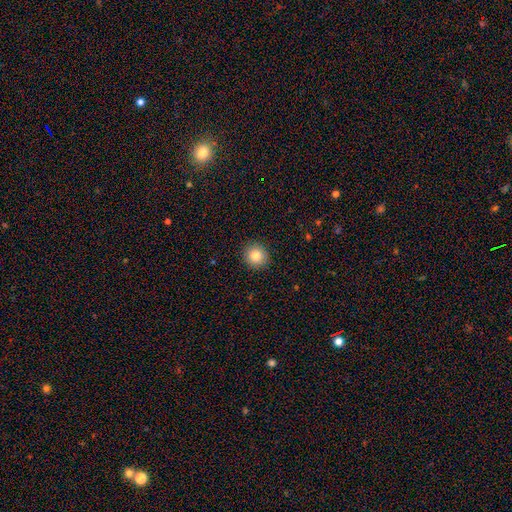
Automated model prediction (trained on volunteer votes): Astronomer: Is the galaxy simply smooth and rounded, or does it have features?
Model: smooth — 83%.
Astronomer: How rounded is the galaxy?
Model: round — 89%.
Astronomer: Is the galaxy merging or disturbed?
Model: none — 92%.